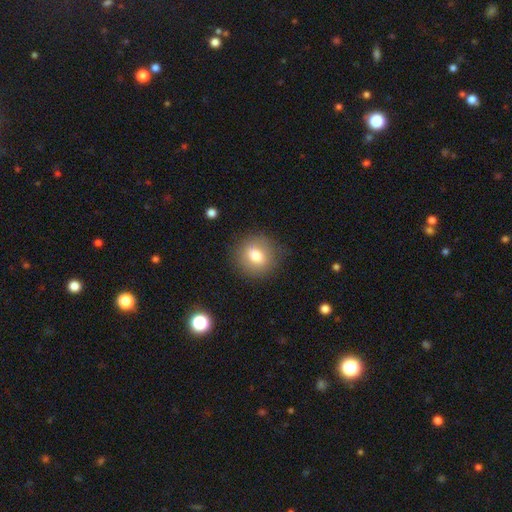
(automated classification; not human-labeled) Morphology: type=smooth (74%); roundness=round (81%); merging=none (83%).